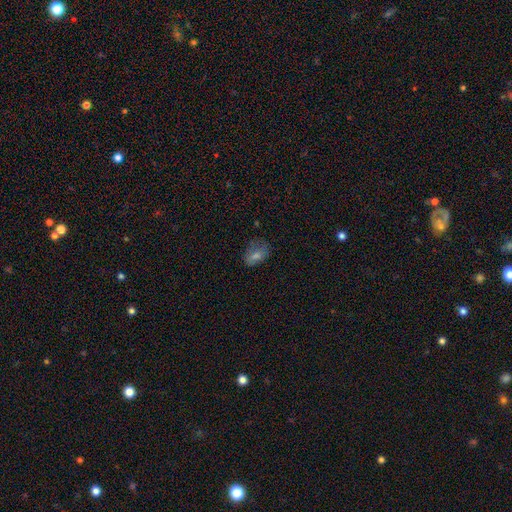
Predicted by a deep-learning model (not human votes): smooth_or_featured: smooth (p=0.61) [alt: featured or disk p=0.24]
how_rounded: in between (p=0.81) [alt: round p=0.16]
merging: none (p=0.63) [alt: minor disturbance p=0.25]